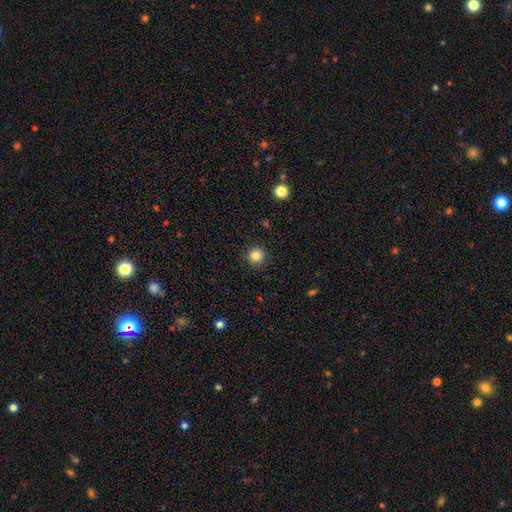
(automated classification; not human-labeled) The model was most divided on "smooth or featured": smooth: 84%, star or artifact: 12%, featured or disk: 5%. More confident: how rounded — round (95%); merging — none (91%).